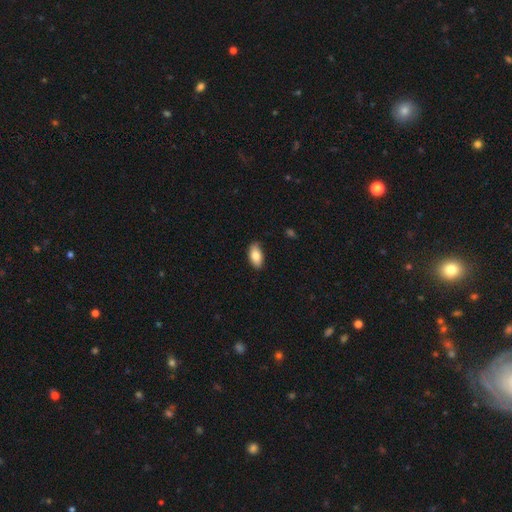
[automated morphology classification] smooth-or-featured: smooth: 84% | featured or disk: 10% | star or artifact: 7%
  how-rounded: in between: 93% | cigar-shaped: 4% | round: 3%
  merging: none: 82% | minor disturbance: 15% | major disturbance: 2% | merger: 1%